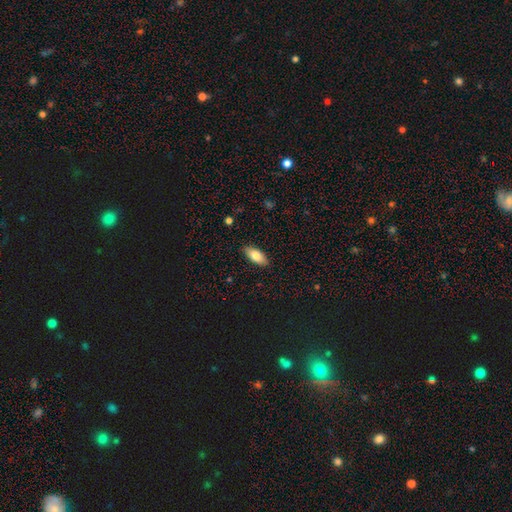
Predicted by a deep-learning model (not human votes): A smooth galaxy with no disk features (79%) that is in between round and cigar-shaped (86%).

Vote fractions:
- Smooth or featured? smooth: 79% / featured or disk: 14% / star or artifact: 7%
- How rounded? in between: 86% / cigar-shaped: 12% / round: 2%
- Merging? none: 89% / minor disturbance: 9% / major disturbance: 2% / merger: 1%